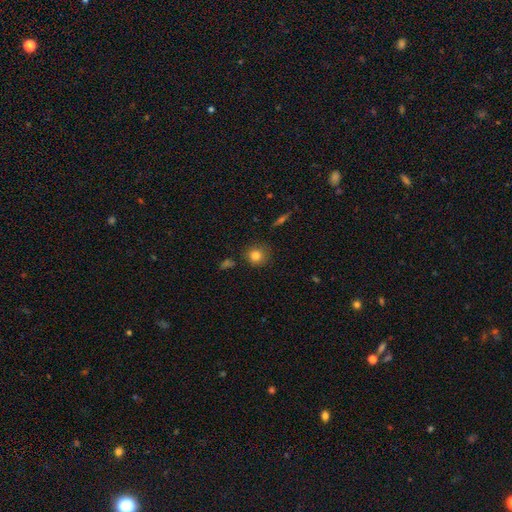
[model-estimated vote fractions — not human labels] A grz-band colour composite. It shows a smooth galaxy with no disk features (81%) that is round (90%). Merging: none (84%).